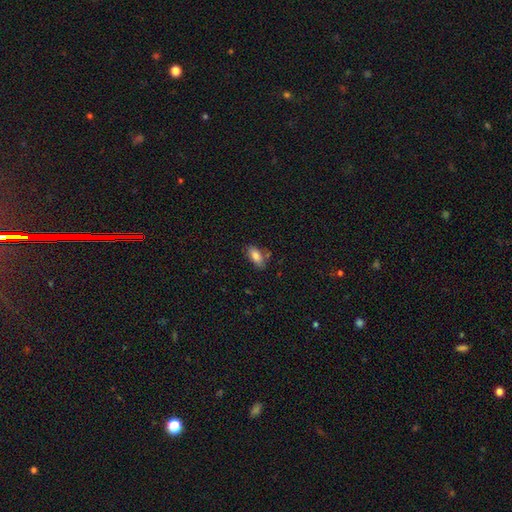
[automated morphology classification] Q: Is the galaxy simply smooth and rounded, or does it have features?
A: smooth — 83%.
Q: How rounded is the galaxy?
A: in between — 87%.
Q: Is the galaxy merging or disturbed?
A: none — 71%.